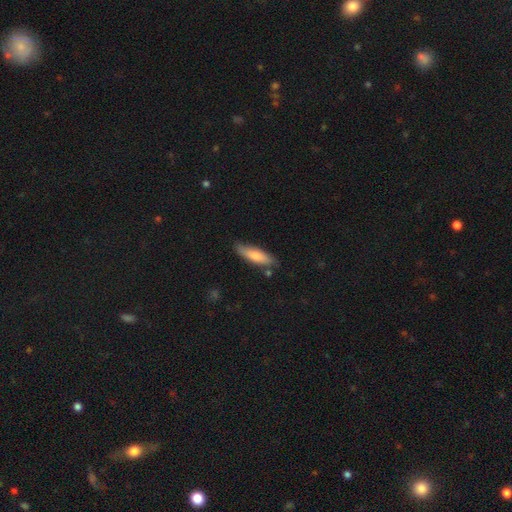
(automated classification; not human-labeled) Smooth or featured? smooth (78%)
How rounded? cigar-shaped (61%)
Merging? none (79%)